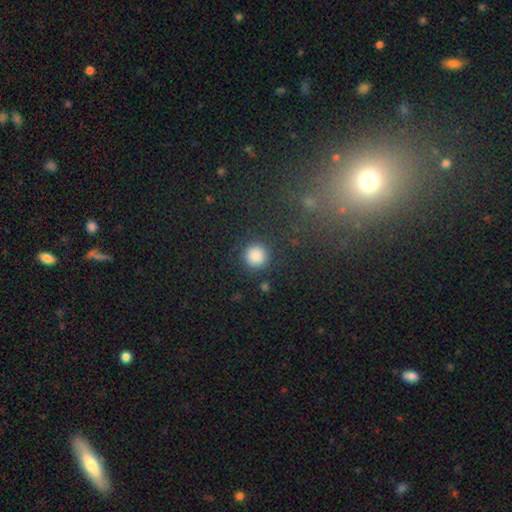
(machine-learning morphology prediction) Smooth or featured? smooth (84%)
How rounded? round (93%)
Merging? none (86%)